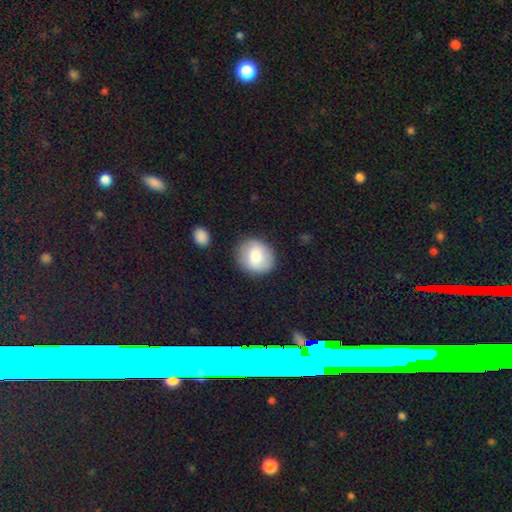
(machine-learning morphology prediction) Smooth or featured?
  - smooth: 78% *
  - featured or disk: 15%
  - star or artifact: 7%
How rounded?
  - round: 75% *
  - in between: 24%
  - cigar-shaped: 1%
Merging?
  - none: 83% *
  - minor disturbance: 12%
  - major disturbance: 3%
  - merger: 2%